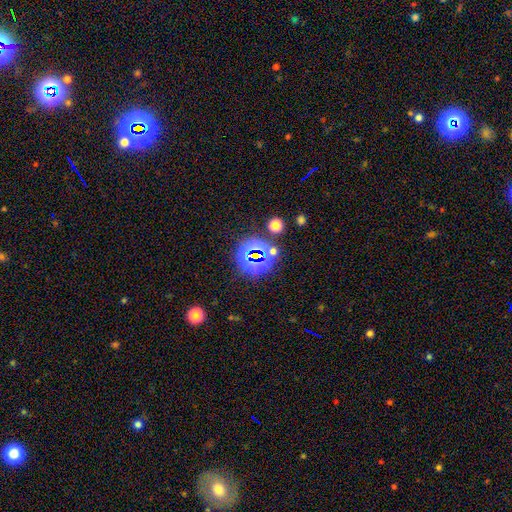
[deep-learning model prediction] This is likely a star or artifact rather than a galaxy (69%).